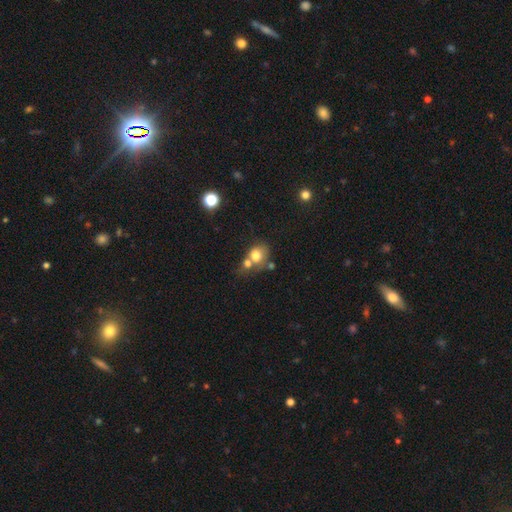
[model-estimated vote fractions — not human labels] This is likely a smooth galaxy (73%). How rounded: likely round (63%). Merging: possibly merger (50%).